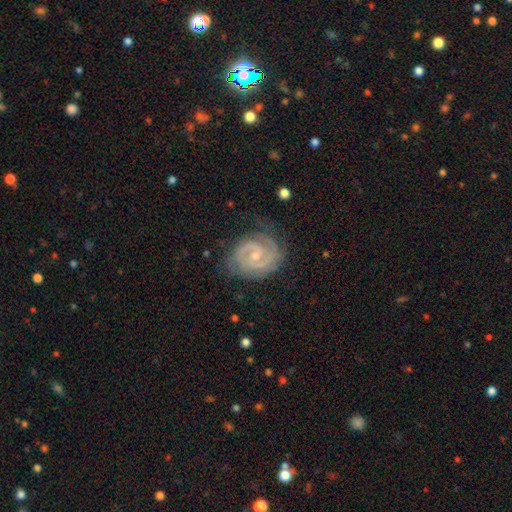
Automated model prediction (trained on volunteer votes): smooth_or_featured: featured or disk (p=0.91) [alt: smooth p=0.05]
disk_edge_on: no (p=0.98) [alt: yes p=0.02]
bar: weak (p=0.45) [alt: no p=0.42]
has_spiral_arms: yes (p=0.98) [alt: no p=0.02]
spiral_winding: tight (p=0.65) [alt: medium p=0.31]
spiral_arm_count: 2 (p=0.83) [alt: 3 p=0.07]
bulge_size: small (p=0.67) [alt: moderate p=0.29]
merging: none (p=0.74) [alt: minor disturbance p=0.18]